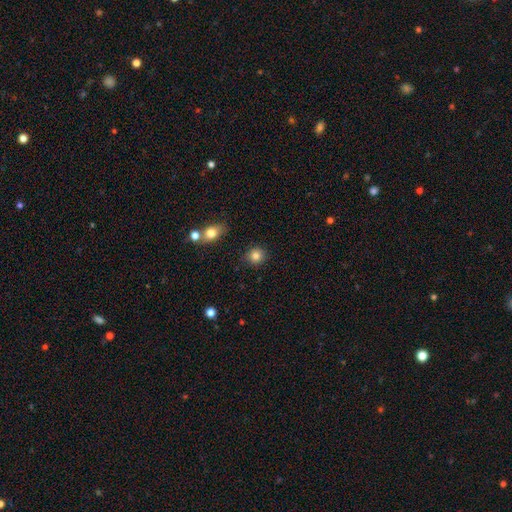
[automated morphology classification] Smooth or featured?
  - smooth: 83% *
  - star or artifact: 10%
  - featured or disk: 6%
How rounded?
  - round: 86% *
  - in between: 13%
  - cigar-shaped: 1%
Merging?
  - none: 87% *
  - minor disturbance: 8%
  - merger: 3%
  - major disturbance: 2%